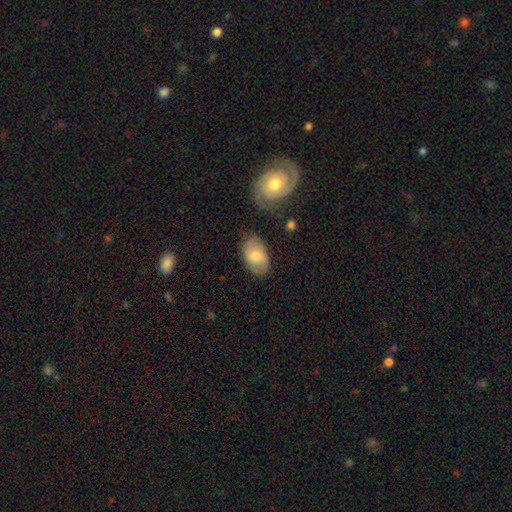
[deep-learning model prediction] smooth_or_featured: smooth (p=0.58) [alt: featured or disk p=0.36]
how_rounded: in between (p=0.91) [alt: round p=0.08]
merging: none (p=0.76) [alt: minor disturbance p=0.16]